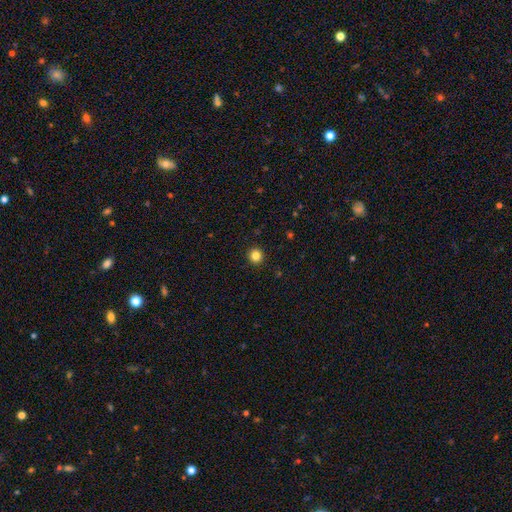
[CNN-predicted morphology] Overall: smooth (84%). How rounded: round (93%). Merging: none (93%).